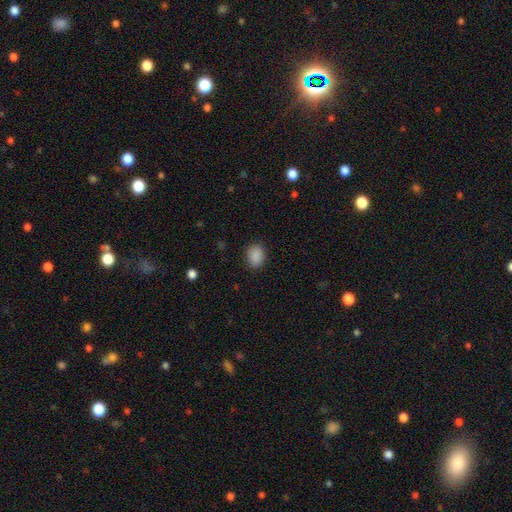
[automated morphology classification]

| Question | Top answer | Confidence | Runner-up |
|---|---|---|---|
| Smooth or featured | smooth | 88% | star or artifact (9%) |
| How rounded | in between | 64% | round (35%) |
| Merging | none | 85% | minor disturbance (11%) |